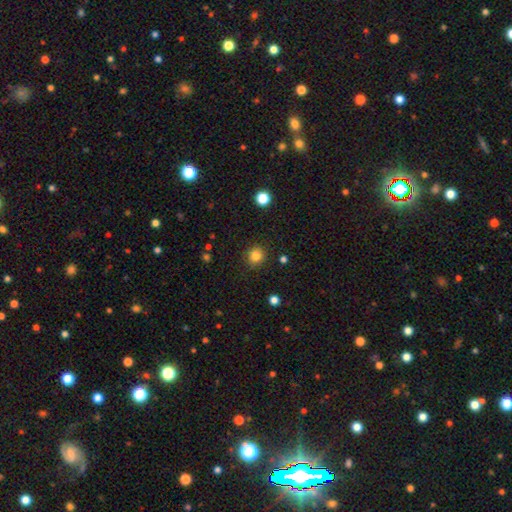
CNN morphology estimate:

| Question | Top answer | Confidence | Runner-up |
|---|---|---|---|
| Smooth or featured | smooth | 83% | star or artifact (12%) |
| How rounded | round | 90% | in between (9%) |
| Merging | none | 89% | minor disturbance (7%) |